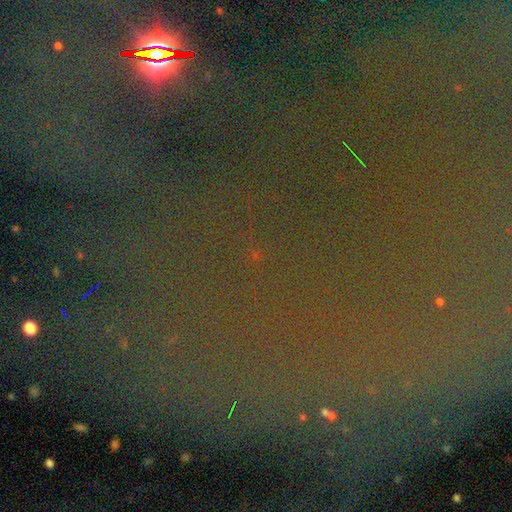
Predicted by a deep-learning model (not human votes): smooth-or-featured: star or artifact: 78% | smooth: 12% | featured or disk: 10%